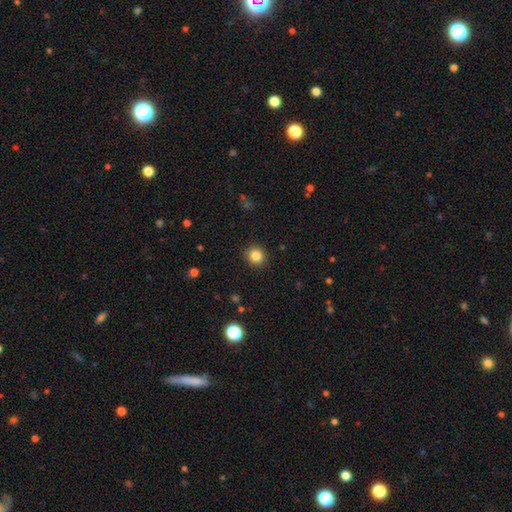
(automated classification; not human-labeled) Q: Smooth or featured?
A: smooth (84%); runner-up: star or artifact (11%)
Q: How rounded?
A: round (90%); runner-up: in between (9%)
Q: Merging?
A: none (91%); runner-up: minor disturbance (6%)